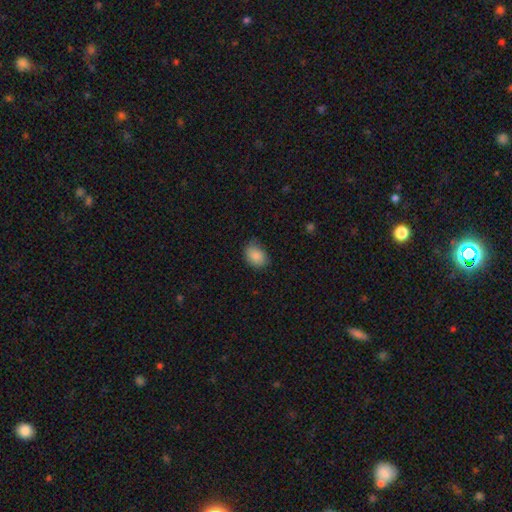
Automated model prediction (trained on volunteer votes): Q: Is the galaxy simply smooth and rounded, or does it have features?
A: smooth — 88%.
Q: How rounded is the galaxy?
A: in between — 74%.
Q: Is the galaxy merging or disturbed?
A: none — 73%.